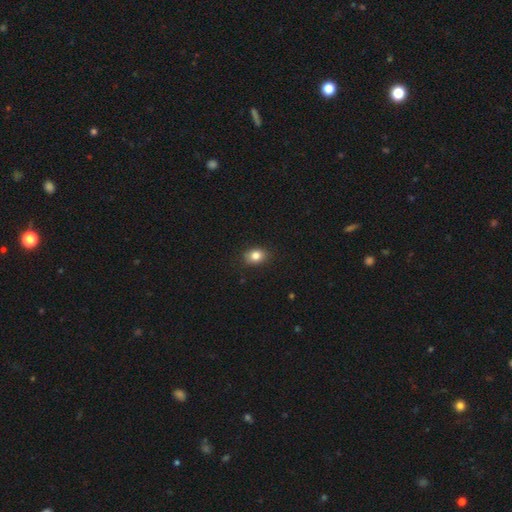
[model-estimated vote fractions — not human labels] A smooth galaxy with no disk features (83%) that is in between round and cigar-shaped (66%).

Vote fractions:
- Smooth or featured? smooth: 83% / star or artifact: 10% / featured or disk: 7%
- How rounded? in between: 66% / round: 33% / cigar-shaped: 1%
- Merging? none: 87% / minor disturbance: 10% / major disturbance: 2% / merger: 1%